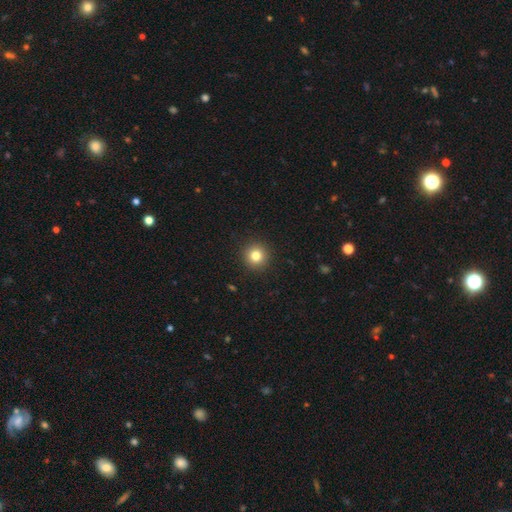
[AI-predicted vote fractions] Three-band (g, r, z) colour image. It shows a smooth galaxy with no disk features (81%) that is round (95%). Merging: none (93%).